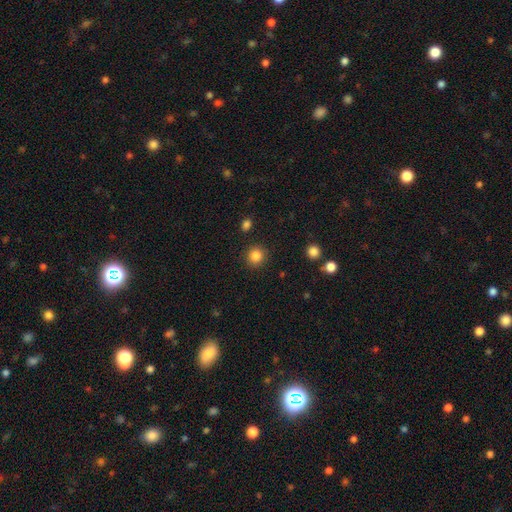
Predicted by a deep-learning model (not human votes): Q: Smooth or featured?
A: smooth (85%); runner-up: star or artifact (11%)
Q: How rounded?
A: round (90%); runner-up: in between (9%)
Q: Merging?
A: none (90%); runner-up: minor disturbance (6%)